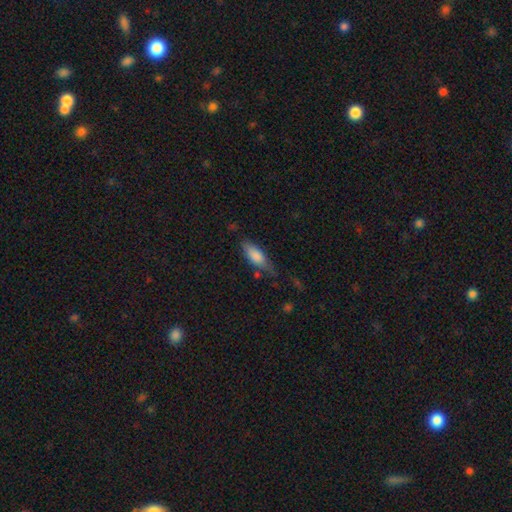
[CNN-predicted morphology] A smooth galaxy with no disk features (81%) that is in between round and cigar-shaped (68%).

Vote fractions:
- Smooth or featured? smooth: 81% / featured or disk: 13% / star or artifact: 7%
- How rounded? in between: 68% / cigar-shaped: 29% / round: 2%
- Merging? none: 53% / minor disturbance: 32% / major disturbance: 10% / merger: 4%